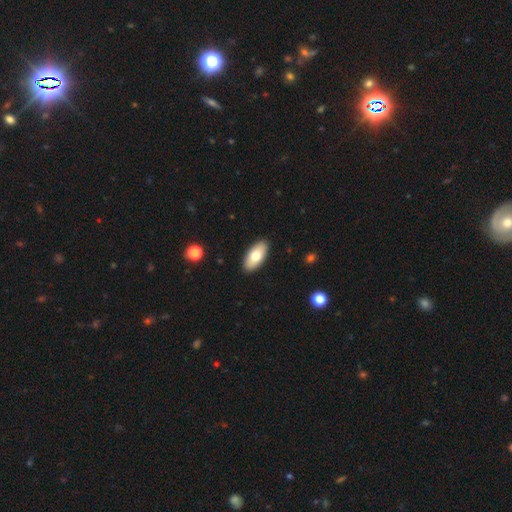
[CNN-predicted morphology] Smooth or featured?
  - smooth: 73% *
  - featured or disk: 21%
  - star or artifact: 6%
How rounded?
  - in between: 92% *
  - cigar-shaped: 6%
  - round: 2%
Merging?
  - none: 90% *
  - minor disturbance: 7%
  - major disturbance: 2%
  - merger: 1%